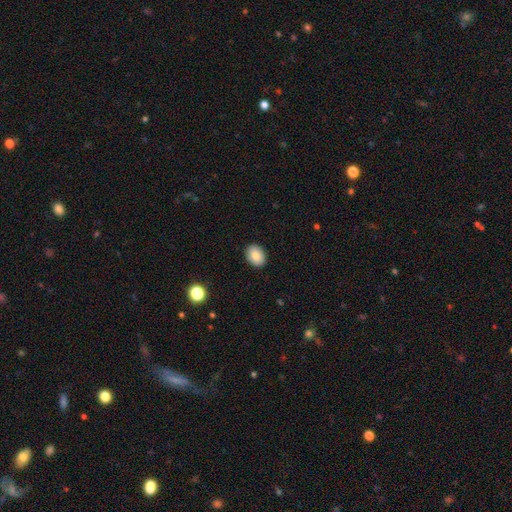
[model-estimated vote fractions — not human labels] This is clearly a smooth galaxy (84%). How rounded: likely in between (67%). Merging: clearly none (90%).